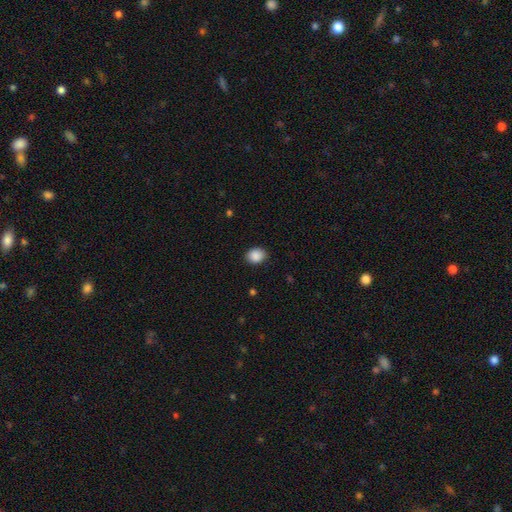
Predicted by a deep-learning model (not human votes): This appears to be a smooth galaxy with no disk features (89%) that is in between round and cigar-shaped (53%). Merging: none (87%).